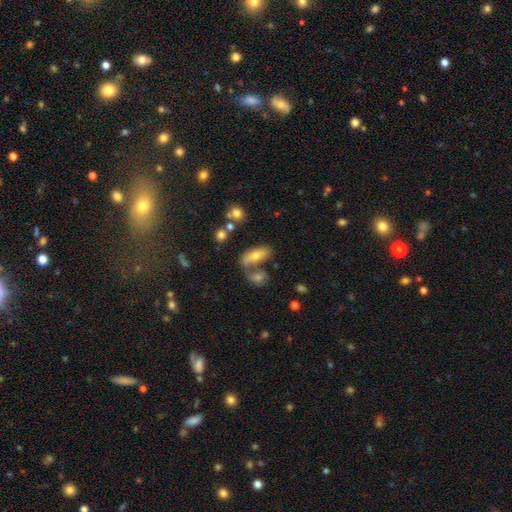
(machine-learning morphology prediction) This appears to be a smooth galaxy with no disk features (62%) that is in between round and cigar-shaped (78%). Merging: merger (45%).